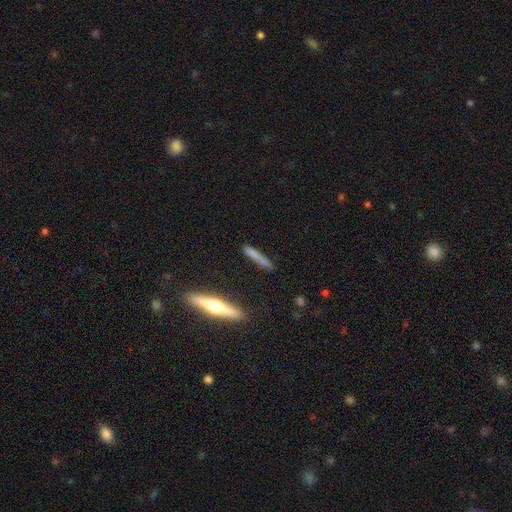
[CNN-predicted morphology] smooth 63%, featured or disk 30%, star or artifact 7%. Down the decision tree: how rounded — cigar-shaped (92%); merging — none (84%).